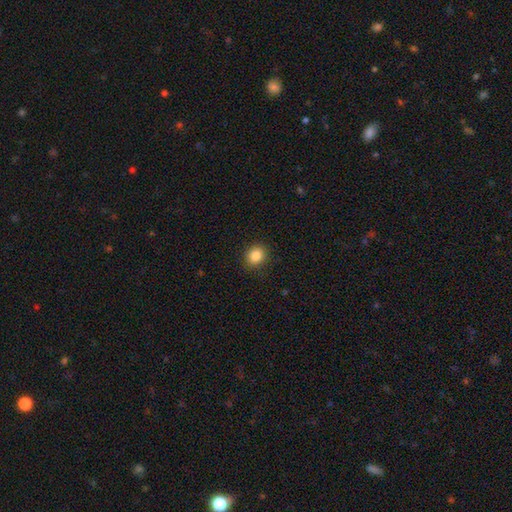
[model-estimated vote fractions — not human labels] Q: Smooth or featured?
A: smooth (86%); runner-up: star or artifact (10%)
Q: How rounded?
A: round (74%); runner-up: in between (25%)
Q: Merging?
A: none (89%); runner-up: minor disturbance (7%)